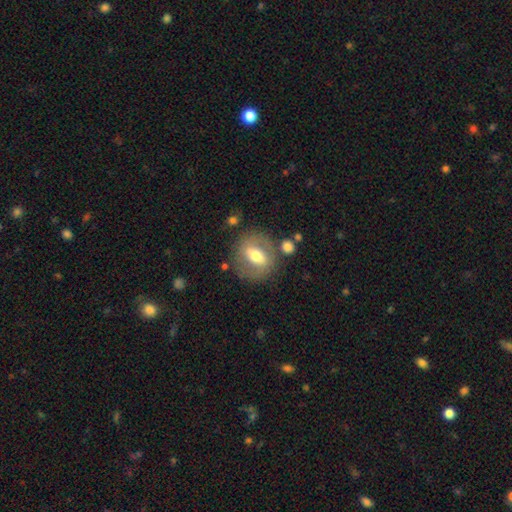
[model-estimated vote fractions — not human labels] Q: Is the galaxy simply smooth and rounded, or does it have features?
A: featured or disk — 53%.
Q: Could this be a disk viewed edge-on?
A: no — 87%.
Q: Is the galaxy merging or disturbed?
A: none — 74%.